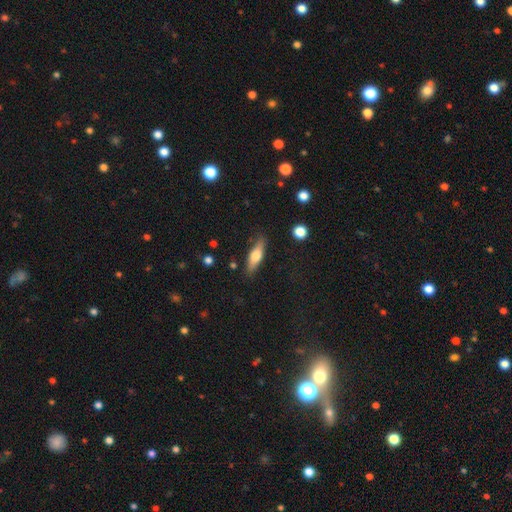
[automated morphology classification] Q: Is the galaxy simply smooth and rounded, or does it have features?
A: smooth — 58%.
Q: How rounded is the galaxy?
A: cigar-shaped — 53%.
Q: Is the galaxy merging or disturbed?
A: none — 82%.